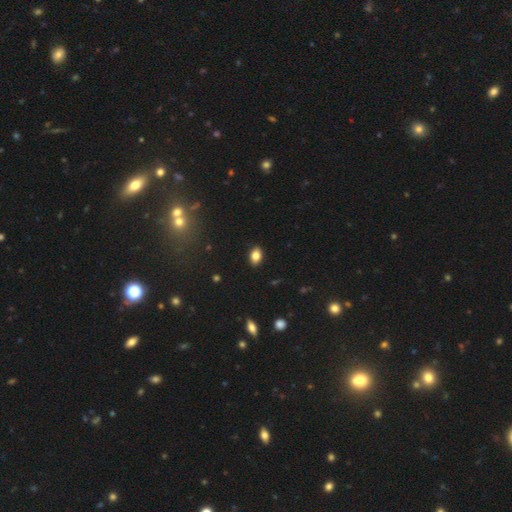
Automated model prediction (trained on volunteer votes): Smooth or featured?
  - smooth: 83% *
  - star or artifact: 10%
  - featured or disk: 8%
How rounded?
  - in between: 83% *
  - round: 16%
  - cigar-shaped: 2%
Merging?
  - none: 89% *
  - minor disturbance: 9%
  - major disturbance: 2%
  - merger: 1%